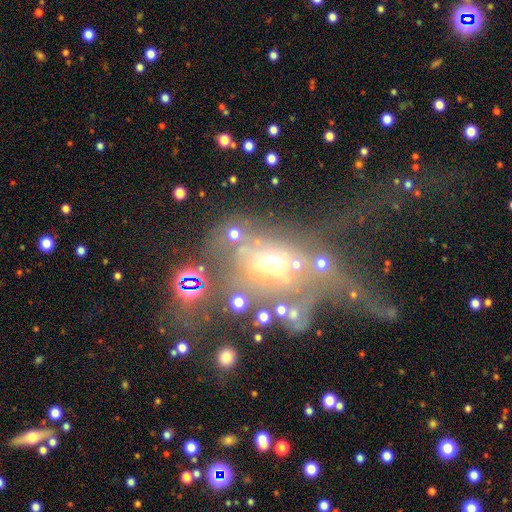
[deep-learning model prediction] A featured or disk galaxy (44%).

Vote fractions:
- Smooth or featured? featured or disk: 44% / smooth: 29% / star or artifact: 27%
- Merging? major disturbance: 46% / none: 21% / merger: 21% / minor disturbance: 12%